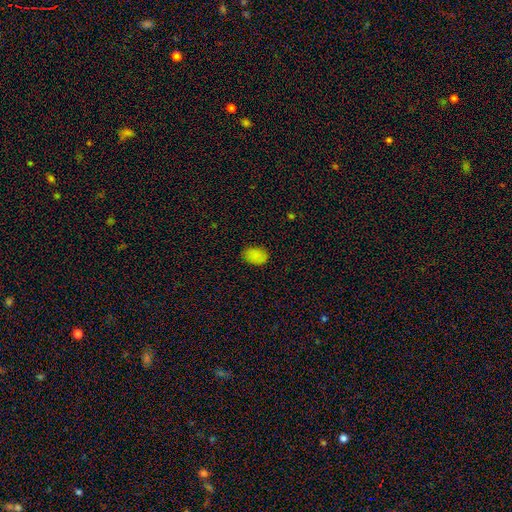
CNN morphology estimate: Q: Smooth or featured?
A: smooth (85%); runner-up: star or artifact (11%)
Q: How rounded?
A: in between (84%); runner-up: round (15%)
Q: Merging?
A: none (82%); runner-up: minor disturbance (14%)